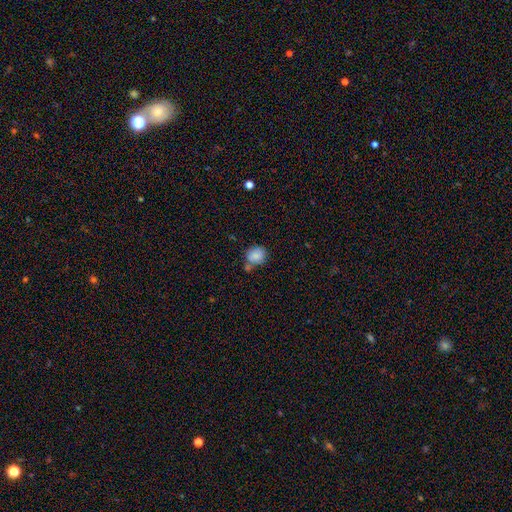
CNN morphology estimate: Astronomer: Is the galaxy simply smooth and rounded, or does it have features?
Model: smooth — 83%.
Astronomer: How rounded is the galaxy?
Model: round — 65%.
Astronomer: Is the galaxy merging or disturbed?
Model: none — 56%.